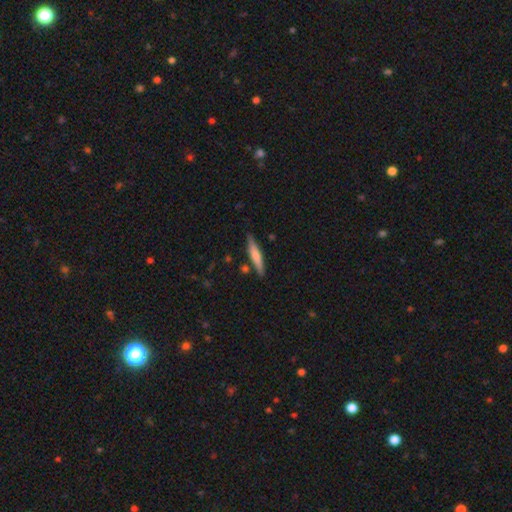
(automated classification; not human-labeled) Smooth or featured? smooth (62%)
How rounded? cigar-shaped (89%)
Merging? none (81%)